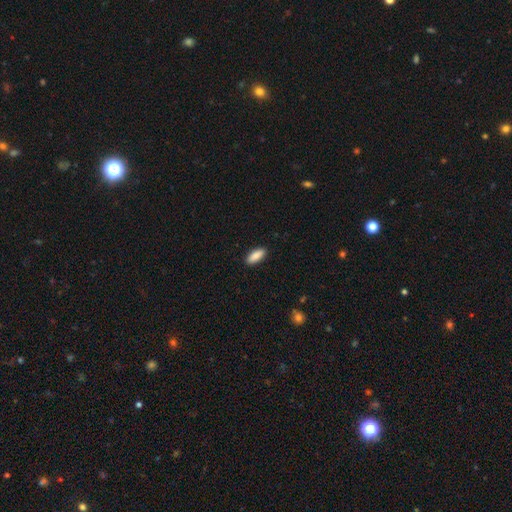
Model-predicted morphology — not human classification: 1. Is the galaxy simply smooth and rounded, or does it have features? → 89% smooth, 6% star or artifact, 5% featured or disk.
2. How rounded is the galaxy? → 74% in between, 24% cigar-shaped, 2% round.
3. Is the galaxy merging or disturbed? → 90% none, 7% minor disturbance, 2% major disturbance, 1% merger.